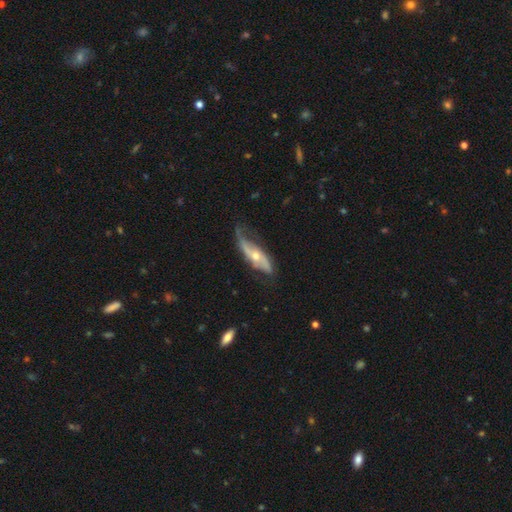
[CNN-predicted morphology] featured or disk 72%, smooth 22%, star or artifact 6%. Down the decision tree: edge-on disk — no (73%); bar — no (66%); spiral arms — yes (81%); bulge size — moderate (55%); merging — none (46%).